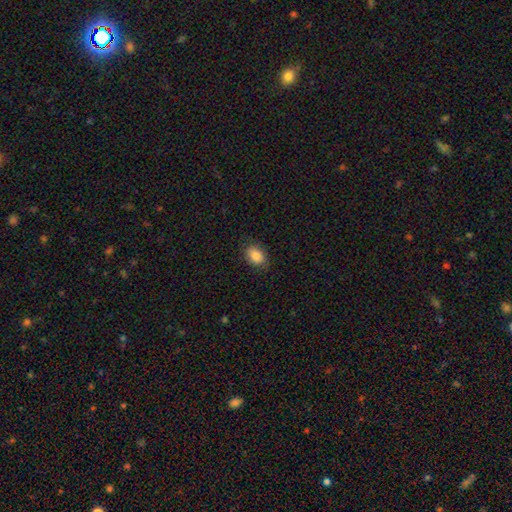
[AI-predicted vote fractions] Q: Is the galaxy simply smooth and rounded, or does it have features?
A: smooth — 87%.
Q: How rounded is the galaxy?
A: in between — 81%.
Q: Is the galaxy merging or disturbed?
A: none — 83%.